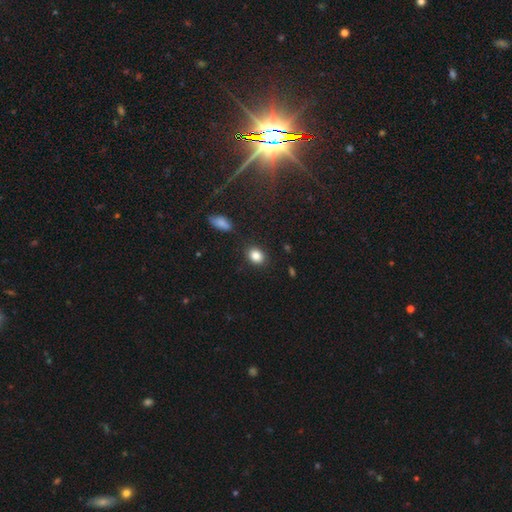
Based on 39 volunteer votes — Overall: smooth (90%). How rounded: in between (60%; round 37%). Merging: none (84%).